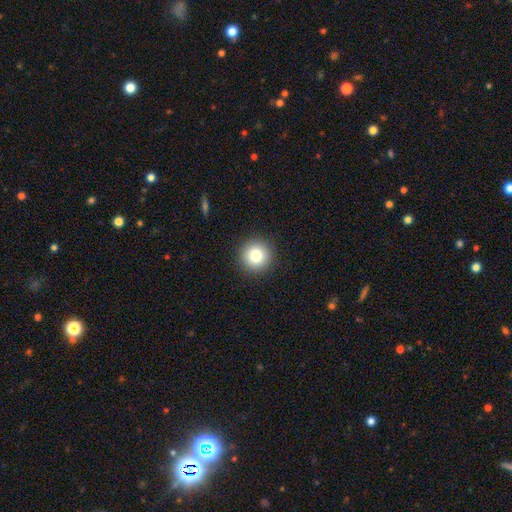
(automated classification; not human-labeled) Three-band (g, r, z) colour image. It shows a smooth galaxy with no disk features (81%) that is round (95%). Merging: none (92%).